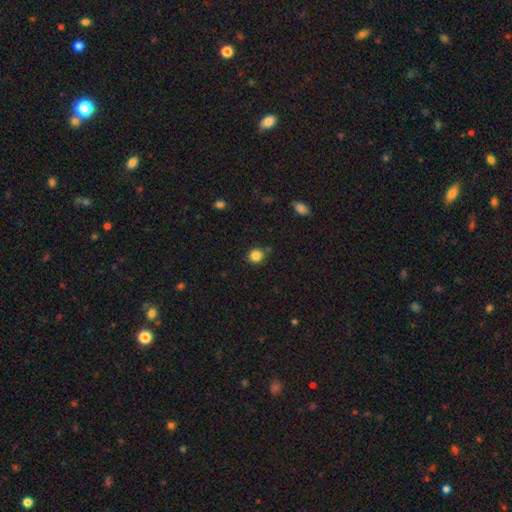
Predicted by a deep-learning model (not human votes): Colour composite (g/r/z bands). It shows a smooth galaxy with no disk features (84%) that is round (92%). Merging: none (84%).